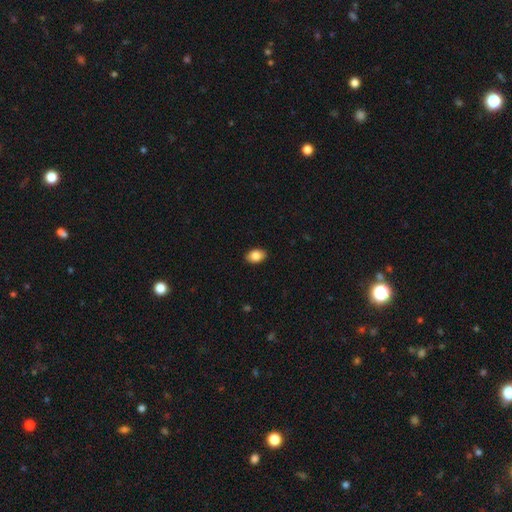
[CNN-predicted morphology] smooth 86%, star or artifact 8%, featured or disk 7%. Down the decision tree: how rounded — in between (86%); merging — none (90%).